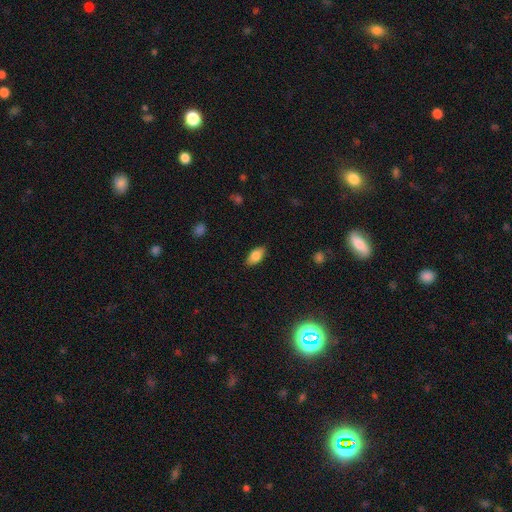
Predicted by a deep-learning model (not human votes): smooth 82%, featured or disk 11%, star or artifact 8%. Down the decision tree: how rounded — in between (91%); merging — none (86%).